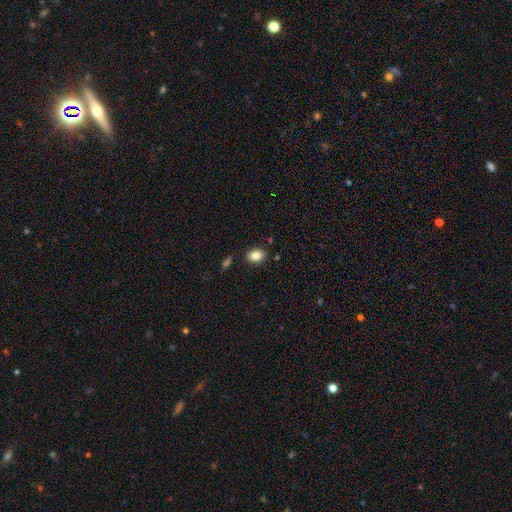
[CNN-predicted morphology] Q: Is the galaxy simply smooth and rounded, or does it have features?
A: smooth — 85%.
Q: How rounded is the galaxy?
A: in between — 74%.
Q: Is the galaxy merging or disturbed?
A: none — 85%.